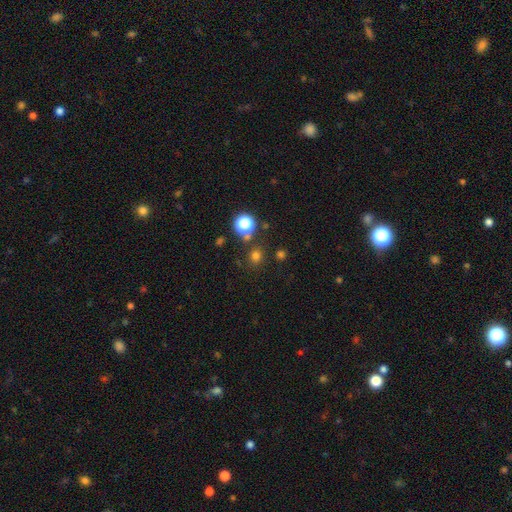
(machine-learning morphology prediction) This is likely a smooth galaxy (71%). How rounded: clearly round (83%). Merging: likely none (80%).